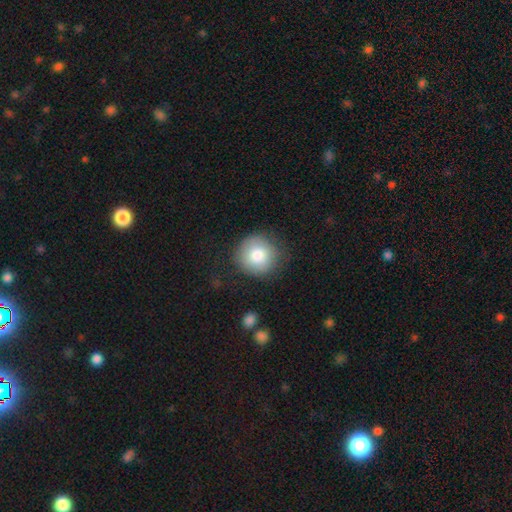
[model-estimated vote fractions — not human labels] Smooth or featured?
  - smooth: 79% *
  - featured or disk: 12%
  - star or artifact: 9%
How rounded?
  - round: 93% *
  - in between: 6%
  - cigar-shaped: 1%
Merging?
  - none: 83% *
  - minor disturbance: 12%
  - major disturbance: 4%
  - merger: 1%